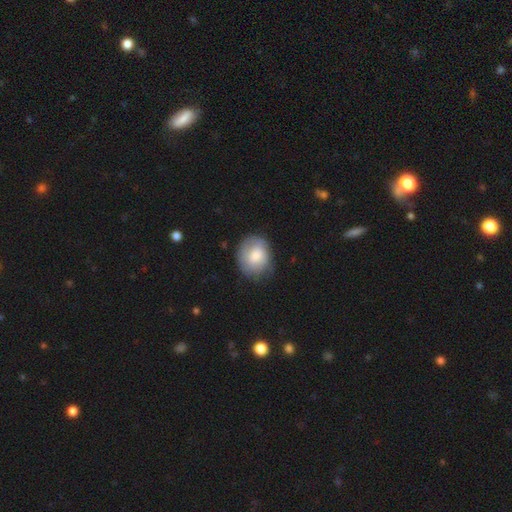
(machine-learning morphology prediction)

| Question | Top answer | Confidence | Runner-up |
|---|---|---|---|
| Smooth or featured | smooth | 74% | featured or disk (19%) |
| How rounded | round | 61% | in between (38%) |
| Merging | none | 72% | minor disturbance (21%) |